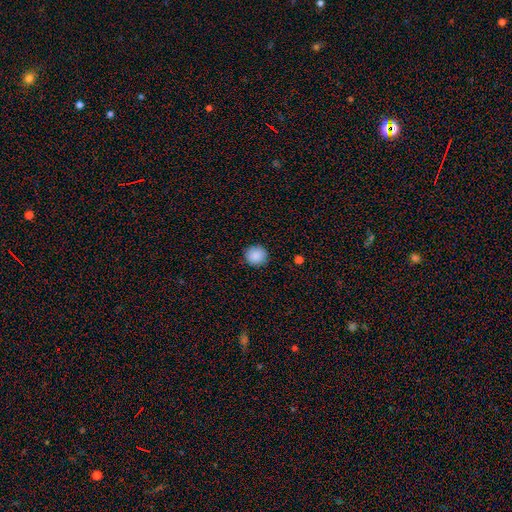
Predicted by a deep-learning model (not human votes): Smooth or featured? Predicted: smooth (p=0.88). How rounded? Predicted: round (p=0.93). Merging? Predicted: none (p=0.90).